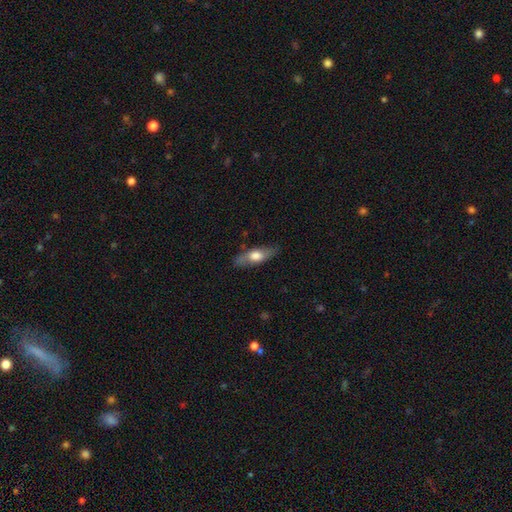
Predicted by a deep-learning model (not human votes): smooth 53%, featured or disk 42%, star or artifact 6%. Down the decision tree: how rounded — in between (53%); merging — none (82%).